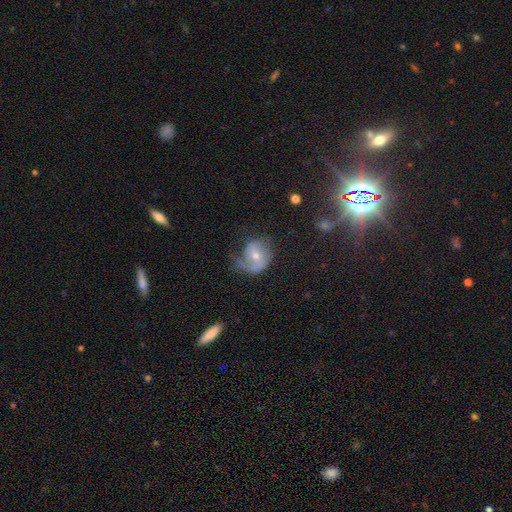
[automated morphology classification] Smooth or featured?
  - featured or disk: 67% *
  - smooth: 22%
  - star or artifact: 12%
Edge-on disk?
  - no: 96% *
  - yes: 4%
Bar?
  - no: 55% *
  - weak: 33%
  - strong: 12%
Spiral arms?
  - yes: 86% *
  - no: 14%
Spiral winding?
  - medium: 40% *
  - loose: 32%
  - tight: 28%
Spiral arm count?
  - 1: 43% *
  - 2: 39%
  - can't tell: 13%
  - 3: 3%
  - 4: 1%
  - more than 4: 1%
Bulge size?
  - small: 50% *
  - moderate: 46%
  - large: 2%
  - none: 2%
  - dominant: 1%
Merging?
  - none: 45% *
  - major disturbance: 26%
  - minor disturbance: 26%
  - merger: 3%